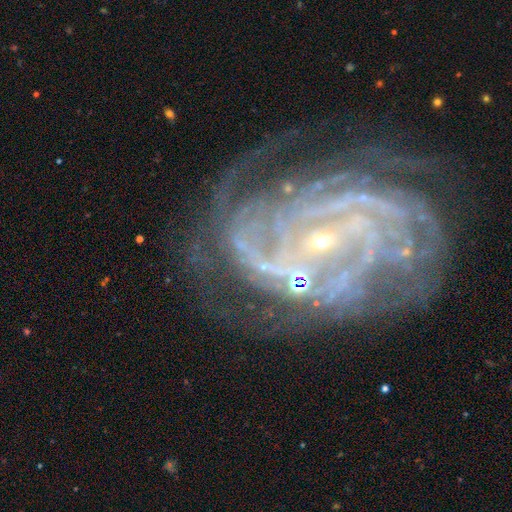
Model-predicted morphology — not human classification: smooth-or-featured: featured or disk: 89% | star or artifact: 7% | smooth: 4%
  disk-edge-on: no: 98% | yes: 2%
    bar: no: 42% | weak: 36% | strong: 23%
    has-spiral-arms: yes: 97% | no: 3%
      spiral-winding: tight: 63% | medium: 31% | loose: 7%
      spiral-arm-count: 4: 24% | can't tell: 19% | more than 4: 19% | 3: 16% | 2: 13% | 1: 9%
    bulge-size: small: 87% | moderate: 7% | none: 4% | large: 1% | dominant: 1%
  merging: none: 62% | minor disturbance: 20% | major disturbance: 14% | merger: 4%